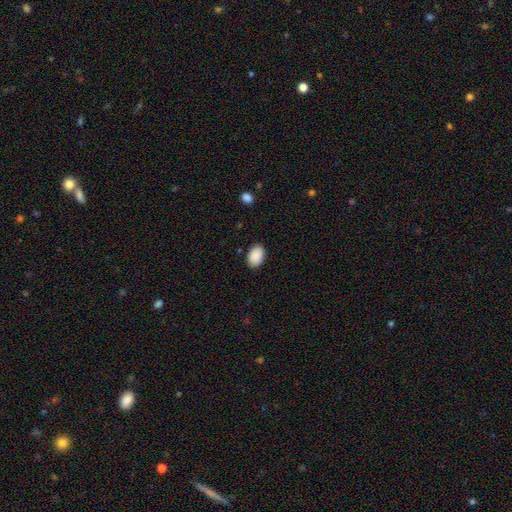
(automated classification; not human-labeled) Morphology: type=smooth (91%); roundness=in between (84%); merging=none (88%).